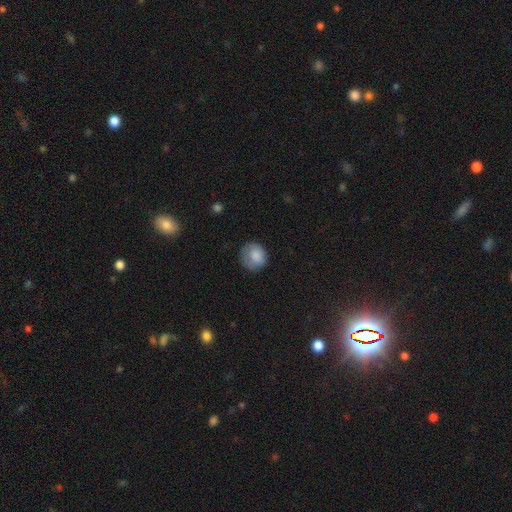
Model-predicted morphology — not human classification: A smooth galaxy with no disk features (83%) that is round (82%).

Vote fractions:
- Smooth or featured? smooth: 83% / featured or disk: 9% / star or artifact: 8%
- How rounded? round: 82% / in between: 17% / cigar-shaped: 1%
- Merging? none: 70% / minor disturbance: 22% / major disturbance: 7% / merger: 1%